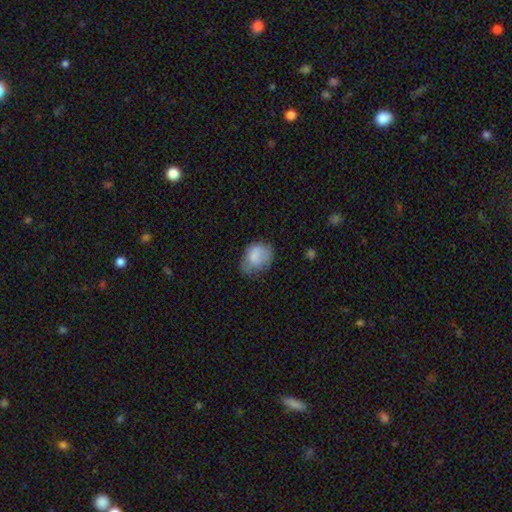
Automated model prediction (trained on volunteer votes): A smooth galaxy with no disk features (76%) that is in between round and cigar-shaped (60%). Merging: none (51%).